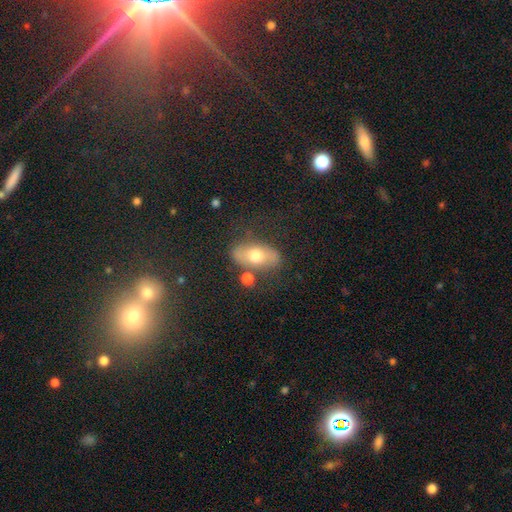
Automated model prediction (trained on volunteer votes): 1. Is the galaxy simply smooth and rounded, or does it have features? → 58% smooth, 33% featured or disk, 9% star or artifact.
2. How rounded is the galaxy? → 87% in between, 9% round, 5% cigar-shaped.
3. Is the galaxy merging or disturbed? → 70% none, 17% minor disturbance, 6% merger, 6% major disturbance.